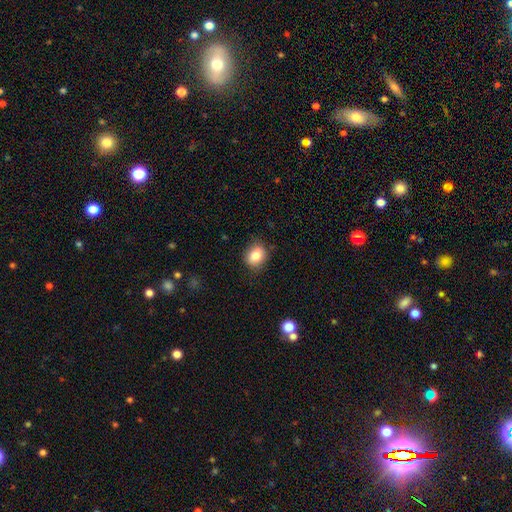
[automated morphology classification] Smooth or featured?
  - smooth: 84% *
  - star or artifact: 9%
  - featured or disk: 7%
How rounded?
  - round: 52% *
  - in between: 47%
  - cigar-shaped: 1%
Merging?
  - none: 81% *
  - minor disturbance: 14%
  - major disturbance: 3%
  - merger: 1%